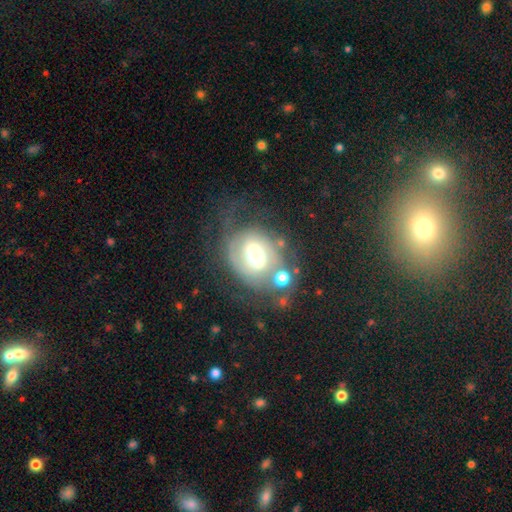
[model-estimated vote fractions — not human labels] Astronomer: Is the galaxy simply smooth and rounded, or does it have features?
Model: featured or disk — 69%.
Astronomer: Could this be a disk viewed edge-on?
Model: no — 96%.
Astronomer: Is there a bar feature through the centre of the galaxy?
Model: weak — 48% (runner-up: strong, 29%).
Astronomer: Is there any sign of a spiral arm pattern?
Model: yes — 75%.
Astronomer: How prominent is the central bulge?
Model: moderate — 52% (runner-up: large, 31%).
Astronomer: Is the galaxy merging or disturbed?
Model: none — 43% (runner-up: major disturbance, 23%).